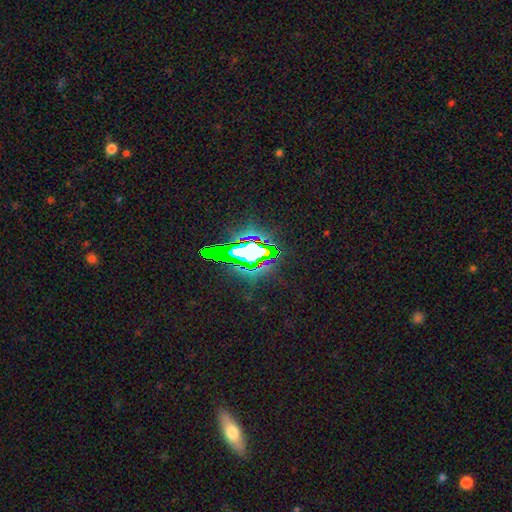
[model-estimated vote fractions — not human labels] Smooth or featured? Predicted: star or artifact (p=0.77).